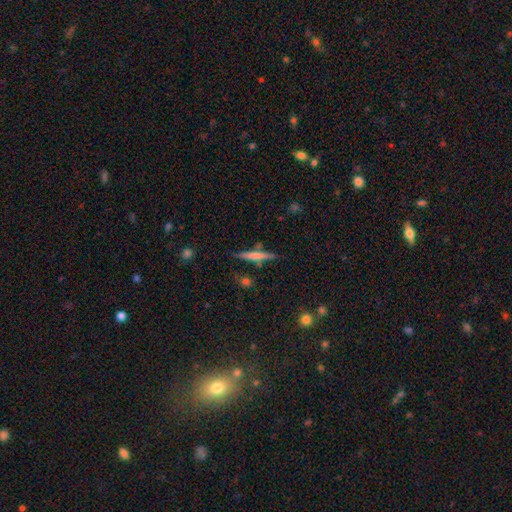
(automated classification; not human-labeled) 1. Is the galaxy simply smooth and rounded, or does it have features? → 47% featured or disk (tied), 47% smooth (tied), 7% star or artifact.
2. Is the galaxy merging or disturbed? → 81% none, 11% minor disturbance, 5% merger, 3% major disturbance.